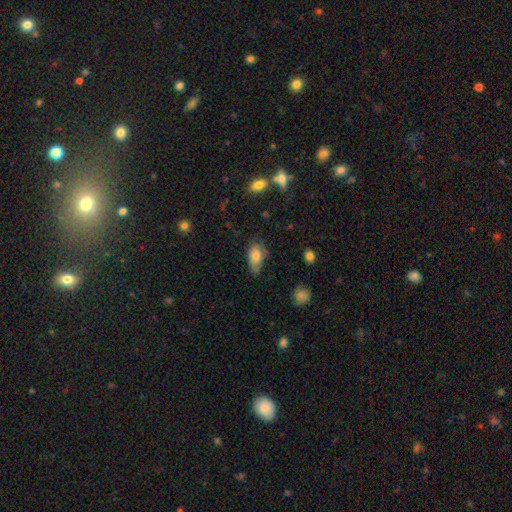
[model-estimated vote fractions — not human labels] Smooth or featured? smooth (75%)
How rounded? in between (92%)
Merging? none (50%)